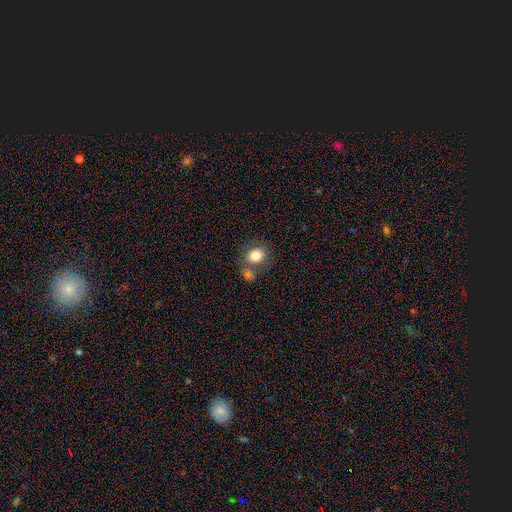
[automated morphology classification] This is clearly a smooth galaxy (83%). How rounded: likely round (73%). Merging: possibly none (57%).